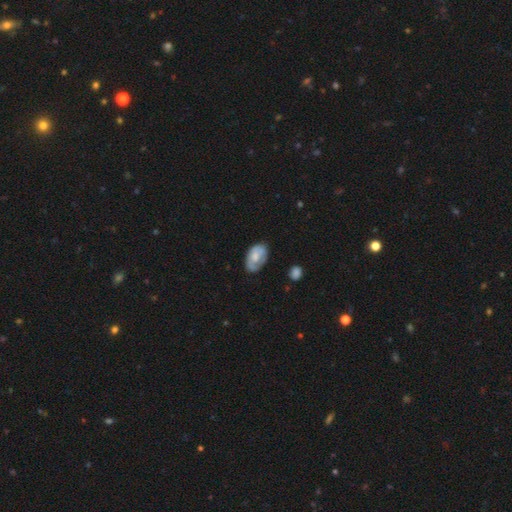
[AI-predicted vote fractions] Overall: smooth (57%; featured or disk 37%). How rounded: in between (90%). Merging: none (61%; minor disturbance 29%).